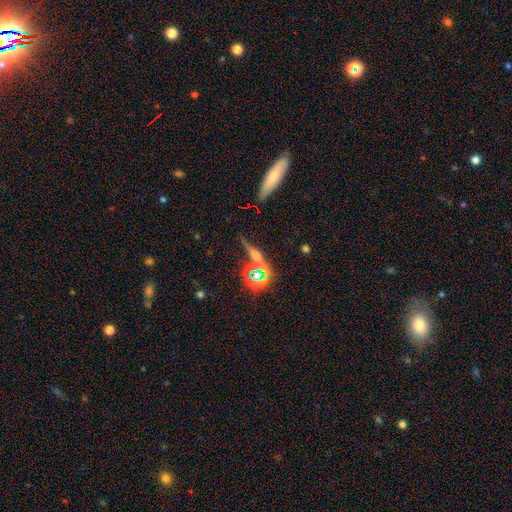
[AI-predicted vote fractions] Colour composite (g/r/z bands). It shows a star or artifact, not a galaxy (38%).